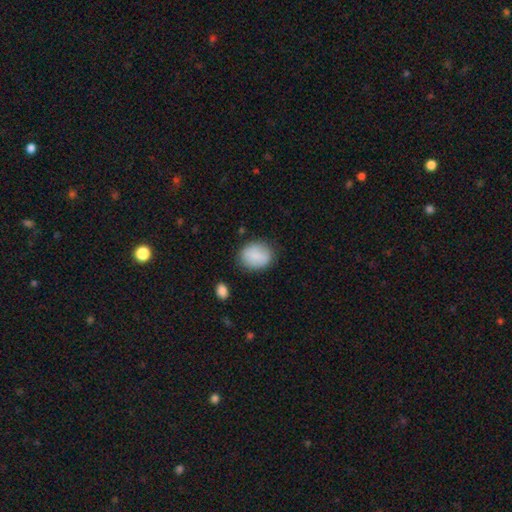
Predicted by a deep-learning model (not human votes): Smooth or featured? smooth (85%)
How rounded? round (55%)
Merging? none (78%)